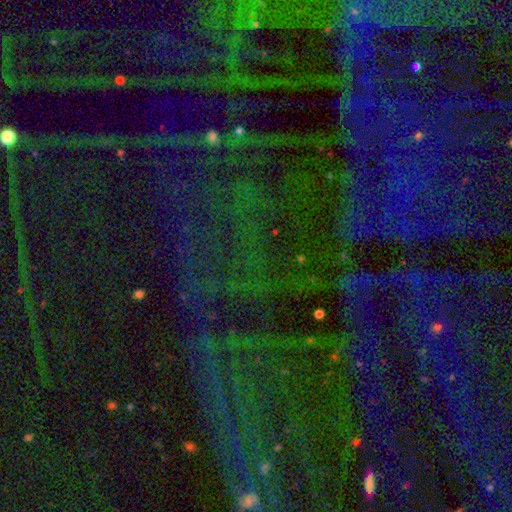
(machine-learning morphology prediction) A star or artifact, not a galaxy (76%).

Vote fractions:
- Smooth or featured? star or artifact: 76% / smooth: 14% / featured or disk: 10%